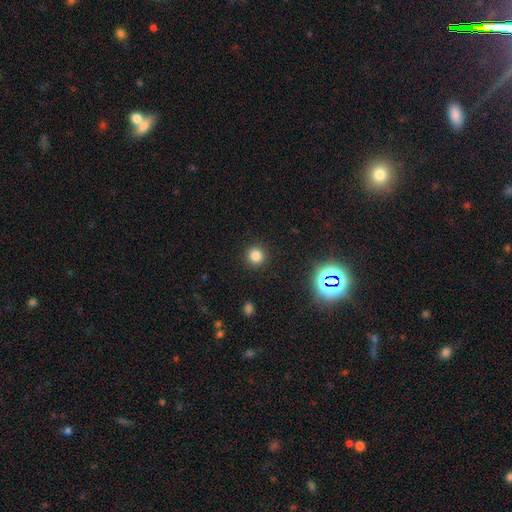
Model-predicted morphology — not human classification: This is clearly a smooth galaxy (81%). How rounded: clearly round (94%). Merging: clearly none (92%).